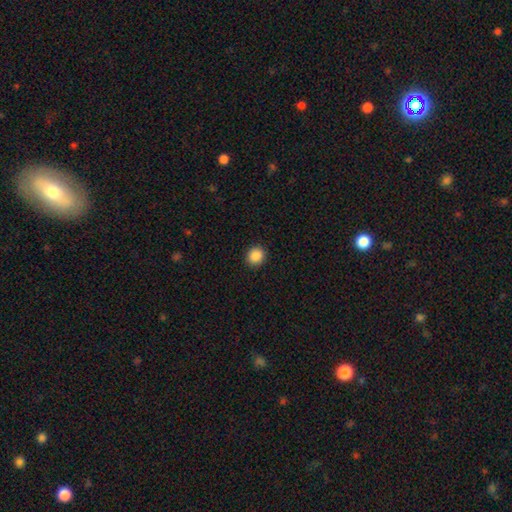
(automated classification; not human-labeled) smooth_or_featured: smooth (p=0.88) [alt: star or artifact p=0.09]
how_rounded: round (p=0.85) [alt: in between p=0.14]
merging: none (p=0.92) [alt: minor disturbance p=0.05]